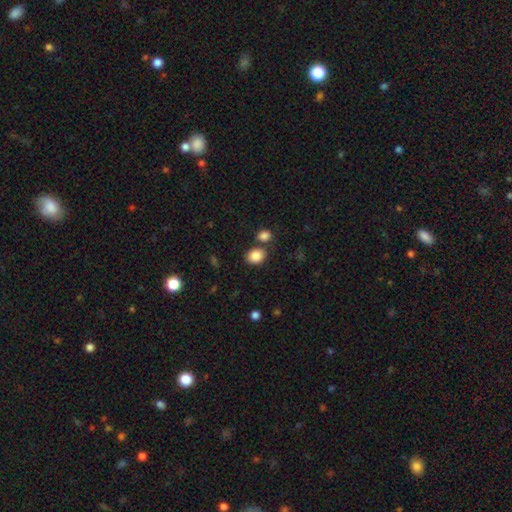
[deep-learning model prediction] This is clearly a smooth galaxy (86%). How rounded: possibly round (53%). Merging: likely none (70%).